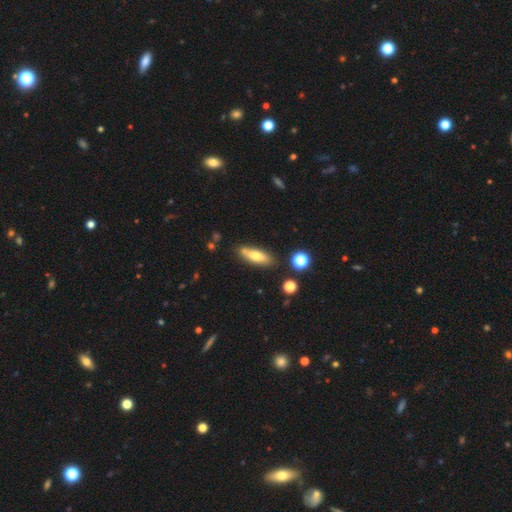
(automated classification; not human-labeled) Overall: smooth (63%; featured or disk 29%). How rounded: in between (52%; cigar-shaped 45%). Merging: none (77%).